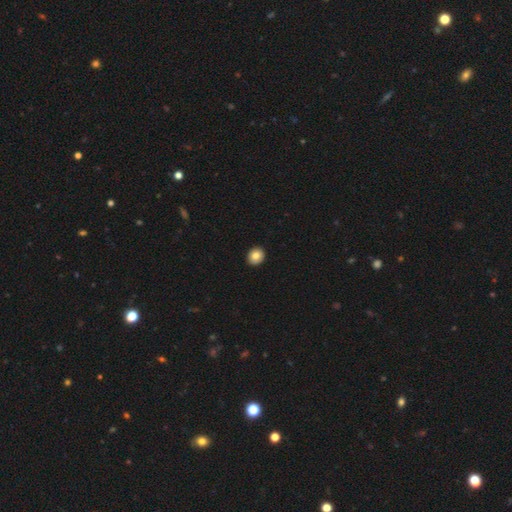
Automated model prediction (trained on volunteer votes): Smooth or featured? smooth (82%)
How rounded? round (77%)
Merging? none (93%)